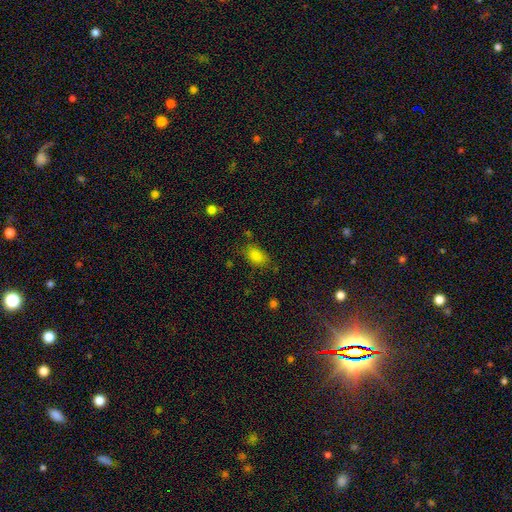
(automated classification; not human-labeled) Morphology: type=smooth (84%); roundness=in between (87%); merging=none (73%).